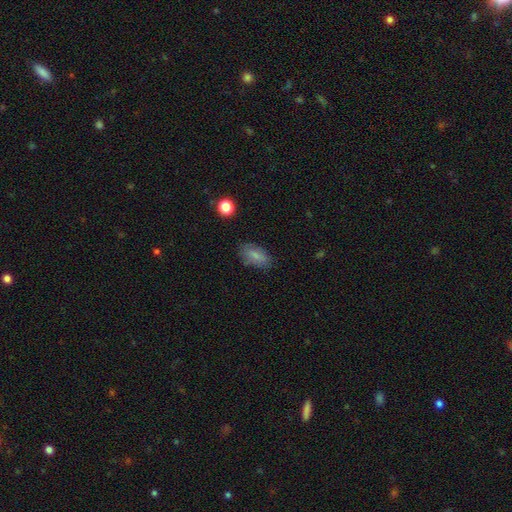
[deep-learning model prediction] Smooth or featured?
  - smooth: 80% *
  - featured or disk: 12%
  - star or artifact: 8%
How rounded?
  - in between: 88% *
  - cigar-shaped: 9%
  - round: 4%
Merging?
  - none: 78% *
  - minor disturbance: 16%
  - major disturbance: 4%
  - merger: 2%